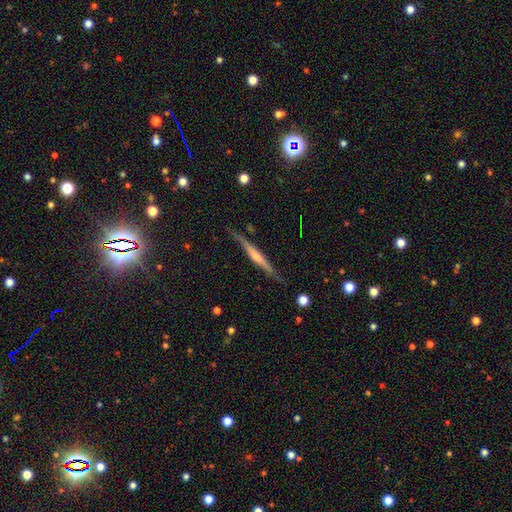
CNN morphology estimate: type=featured or disk (66%); edge-on=yes (97%); edge-on bulge=rounded (45%); merging=none (83%).